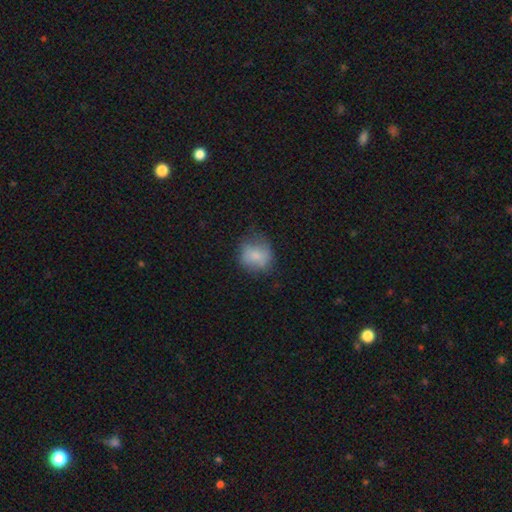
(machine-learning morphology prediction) This appears to be a smooth galaxy with no disk features (72%) that is round (74%). Merging: none (57%).